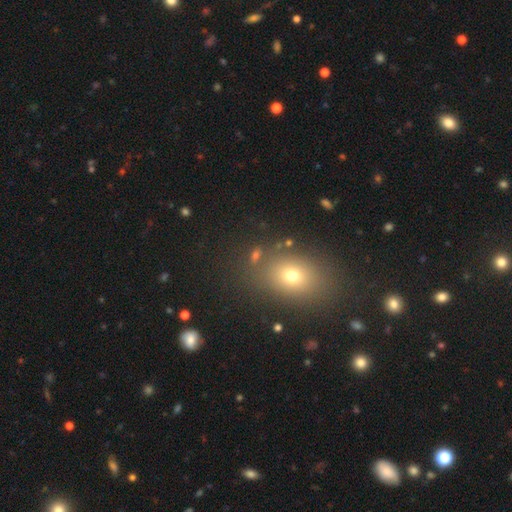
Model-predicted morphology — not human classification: Q: Smooth or featured?
A: smooth (64%); runner-up: star or artifact (24%)
Q: How rounded?
A: in between (55%); runner-up: round (42%)
Q: Merging?
A: none (77%); runner-up: minor disturbance (11%)